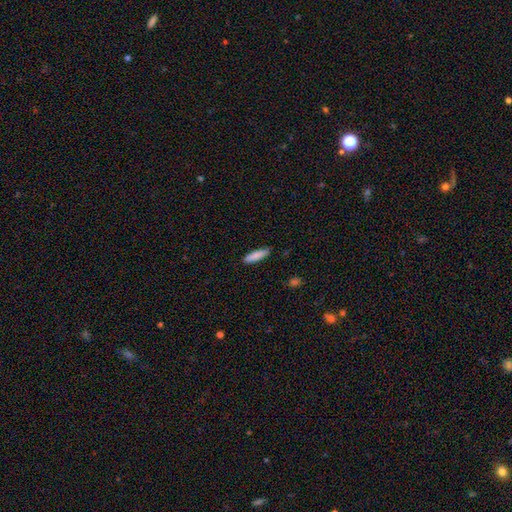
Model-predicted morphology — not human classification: type=smooth (86%); roundness=cigar-shaped (76%); merging=none (87%).